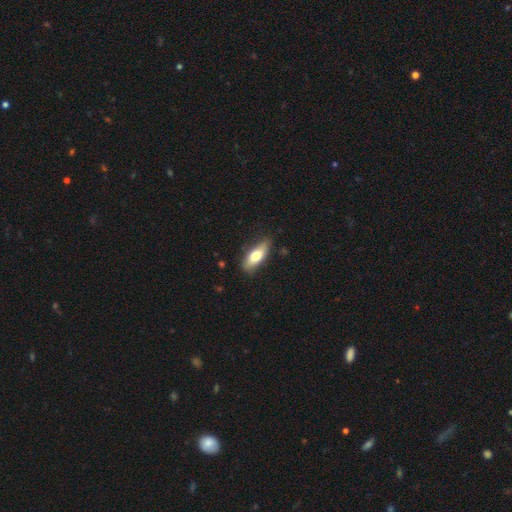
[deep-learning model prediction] smooth-or-featured: smooth: 71% | featured or disk: 23% | star or artifact: 6%
  how-rounded: in between: 73% | cigar-shaped: 25% | round: 3%
  merging: none: 80% | minor disturbance: 16% | major disturbance: 3% | merger: 1%